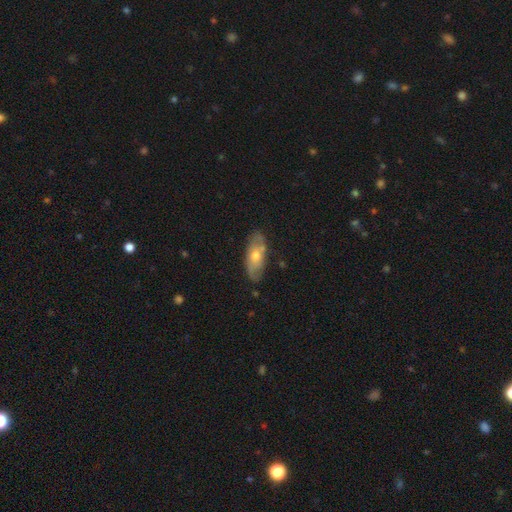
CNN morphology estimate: Smooth or featured? Predicted: featured or disk (p=0.48). Merging? Predicted: none (p=0.76).